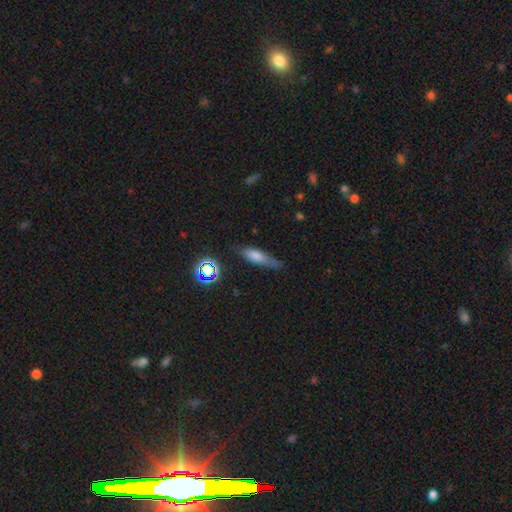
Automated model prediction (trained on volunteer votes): A smooth galaxy with no disk features (65%) that is cigar-shaped (60%).

Vote fractions:
- Smooth or featured? smooth: 65% / featured or disk: 21% / star or artifact: 14%
- How rounded? cigar-shaped: 60% / in between: 36% / round: 4%
- Merging? none: 62% / minor disturbance: 27% / major disturbance: 7% / merger: 3%